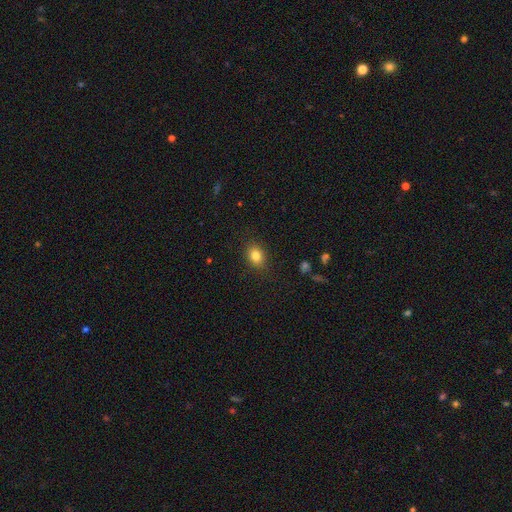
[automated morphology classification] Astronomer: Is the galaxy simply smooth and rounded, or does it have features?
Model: smooth — 82%.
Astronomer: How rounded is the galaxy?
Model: in between — 59% (runner-up: round, 39%).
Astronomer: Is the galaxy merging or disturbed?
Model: none — 86%.